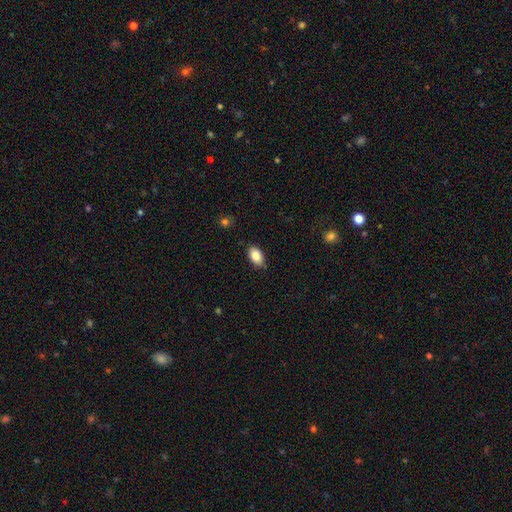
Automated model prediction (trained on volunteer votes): A smooth galaxy with no disk features (84%) that is in between round and cigar-shaped (92%). Merging: none (83%).